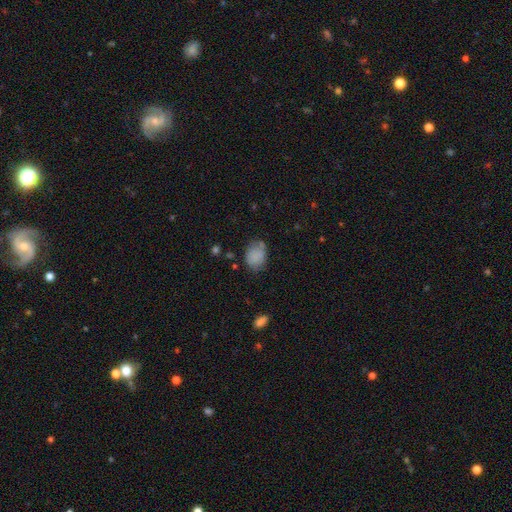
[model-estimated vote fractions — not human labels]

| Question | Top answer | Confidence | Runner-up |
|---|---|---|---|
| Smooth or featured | smooth | 81% | star or artifact (10%) |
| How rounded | in between | 61% | round (38%) |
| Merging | none | 62% | minor disturbance (25%) |